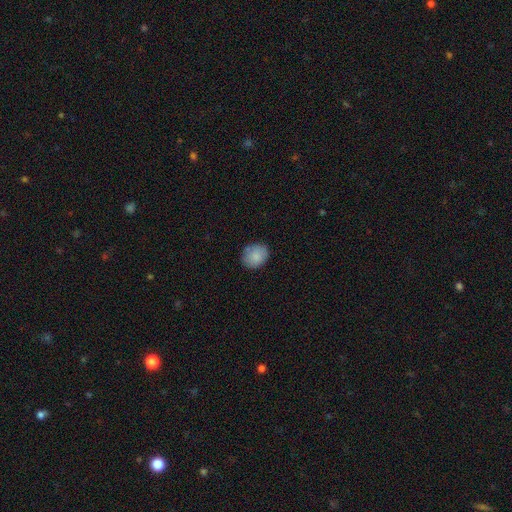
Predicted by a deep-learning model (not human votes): This is clearly a smooth galaxy (86%). How rounded: possibly round (59%). Merging: clearly none (82%).